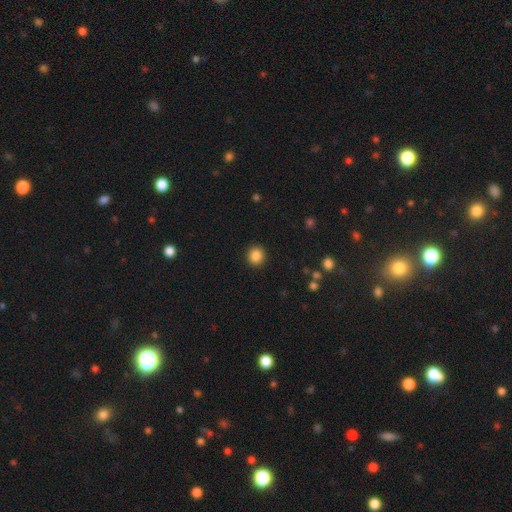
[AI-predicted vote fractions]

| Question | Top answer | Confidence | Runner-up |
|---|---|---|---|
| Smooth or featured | smooth | 86% | star or artifact (10%) |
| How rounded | round | 89% | in between (10%) |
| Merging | none | 92% | minor disturbance (5%) |